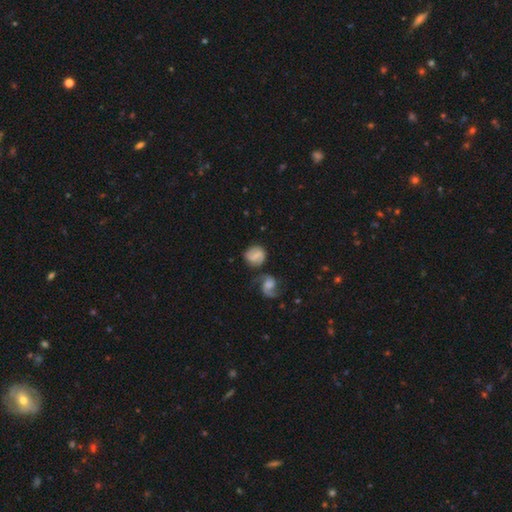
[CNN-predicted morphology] type=featured or disk (55%); edge-on=no (96%); bar=weak (49%); spiral arms=yes (89%); bulge=small (41%); merging=none (61%).